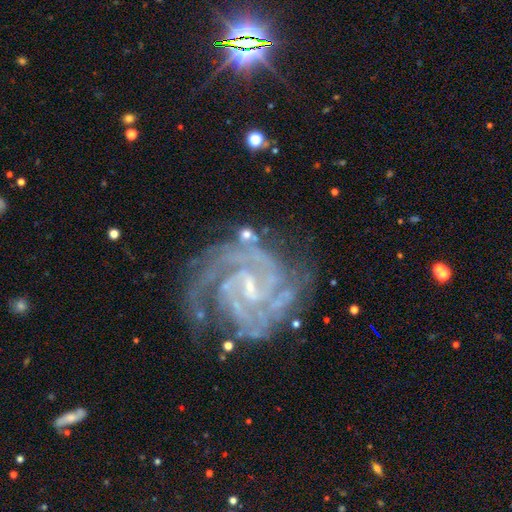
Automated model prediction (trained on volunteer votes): Smooth or featured?
  - featured or disk: 92% *
  - star or artifact: 5%
  - smooth: 3%
Edge-on disk?
  - no: 98% *
  - yes: 2%
Bar?
  - weak: 56% *
  - strong: 23%
  - no: 21%
Spiral arms?
  - yes: 98% *
  - no: 2%
Spiral winding?
  - tight: 59% *
  - medium: 36%
  - loose: 5%
Spiral arm count?
  - 2: 36% *
  - 3: 24%
  - can't tell: 15%
  - 4: 12%
  - more than 4: 7%
  - 1: 7%
Bulge size?
  - small: 70% *
  - none: 15%
  - moderate: 14%
  - large: 1%
  - dominant: 1%
Merging?
  - none: 66% *
  - minor disturbance: 20%
  - major disturbance: 11%
  - merger: 3%